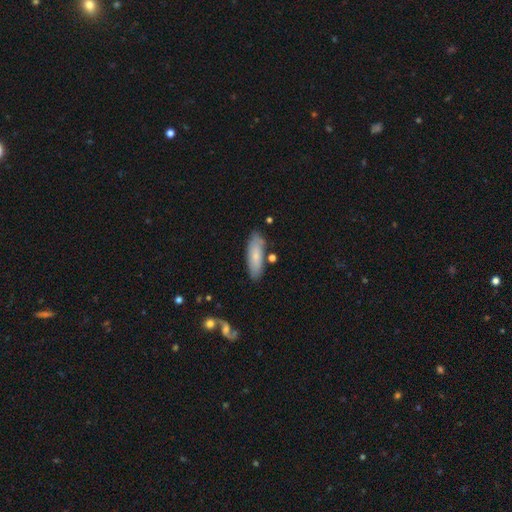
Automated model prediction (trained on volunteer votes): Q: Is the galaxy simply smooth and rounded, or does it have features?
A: smooth — 71%.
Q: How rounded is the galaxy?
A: in between — 57%.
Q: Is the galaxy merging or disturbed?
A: none — 78%.